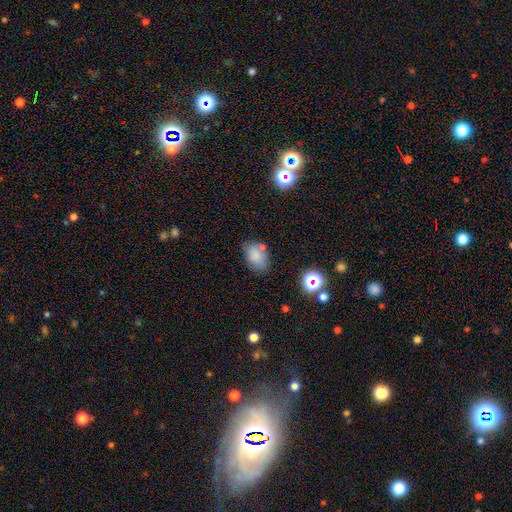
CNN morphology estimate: smooth 78%, star or artifact 12%, featured or disk 10%. Down the decision tree: how rounded — in between (82%); merging — none (66%).